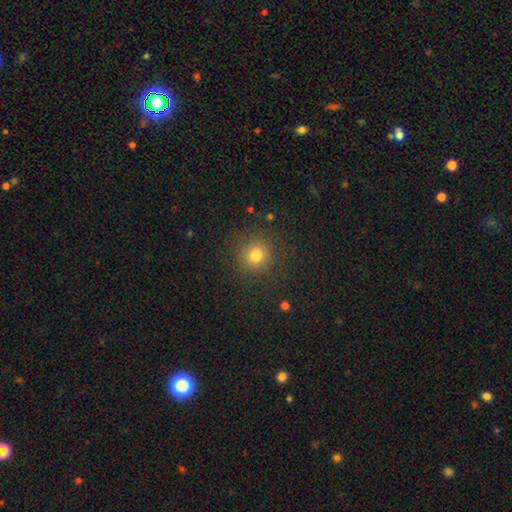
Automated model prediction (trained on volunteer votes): A smooth galaxy with no disk features (79%) that is round (91%). Merging: none (88%).